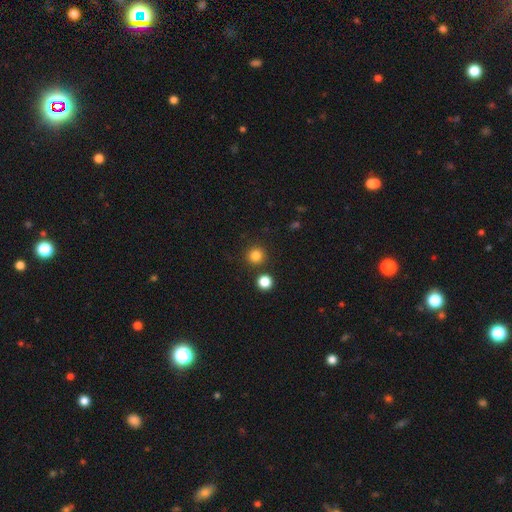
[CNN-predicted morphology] Smooth or featured?
  - smooth: 83% *
  - star or artifact: 13%
  - featured or disk: 4%
How rounded?
  - round: 94% *
  - in between: 5%
  - cigar-shaped: 1%
Merging?
  - none: 86% *
  - minor disturbance: 6%
  - merger: 5%
  - major disturbance: 2%